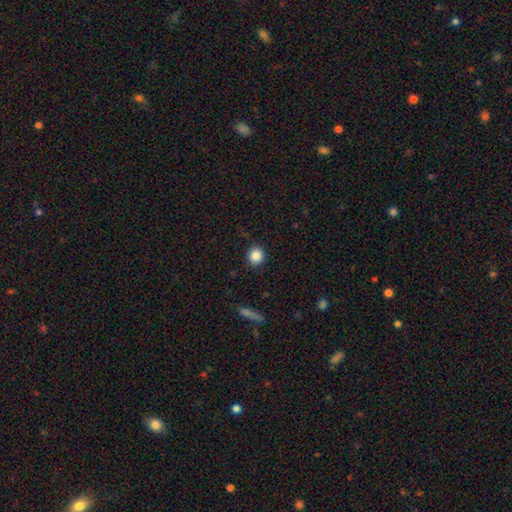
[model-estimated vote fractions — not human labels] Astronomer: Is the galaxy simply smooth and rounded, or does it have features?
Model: smooth — 86%.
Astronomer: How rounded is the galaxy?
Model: round — 92%.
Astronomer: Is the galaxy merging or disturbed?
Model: none — 92%.